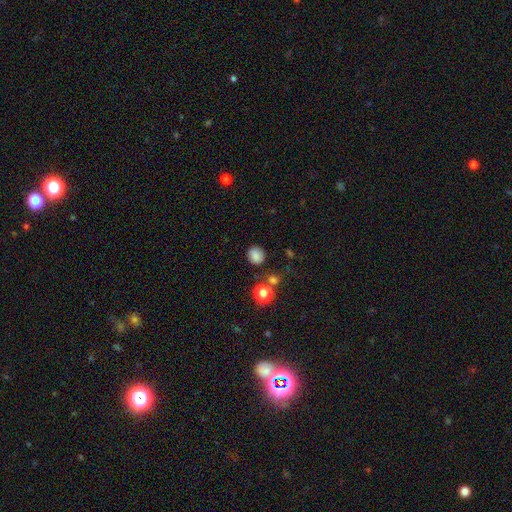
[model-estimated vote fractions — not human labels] This appears to be a smooth galaxy with no disk features (82%) that is round (84%). Merging: none (80%).